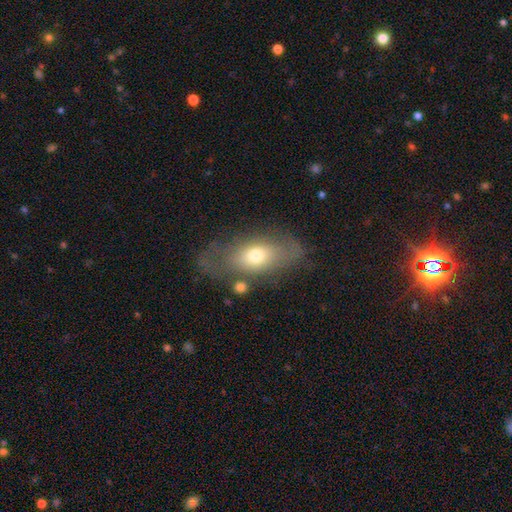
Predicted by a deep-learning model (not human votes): This is possibly a smooth galaxy (58%). How rounded: clearly in between (83%). Merging: possibly none (54%).